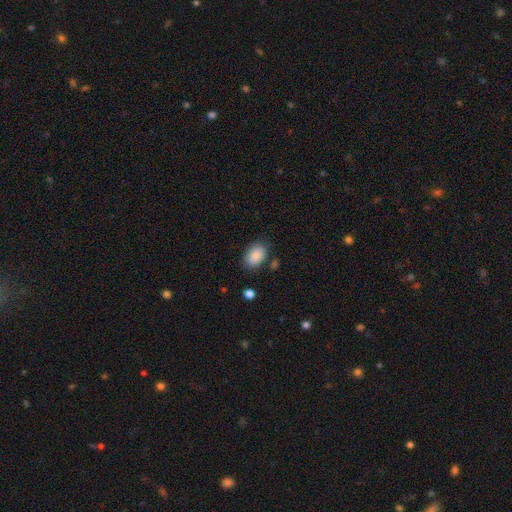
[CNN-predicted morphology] Q: Smooth or featured?
A: smooth (88%); runner-up: star or artifact (7%)
Q: How rounded?
A: in between (86%); runner-up: round (13%)
Q: Merging?
A: none (78%); runner-up: minor disturbance (14%)